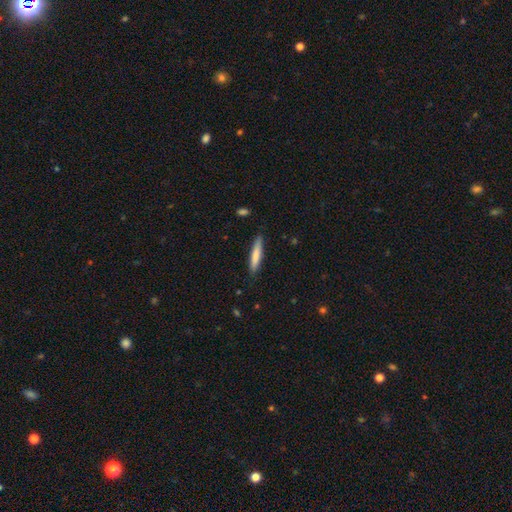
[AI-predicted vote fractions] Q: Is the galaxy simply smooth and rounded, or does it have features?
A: smooth — 75%.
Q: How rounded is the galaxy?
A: cigar-shaped — 90%.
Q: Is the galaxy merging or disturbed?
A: none — 86%.